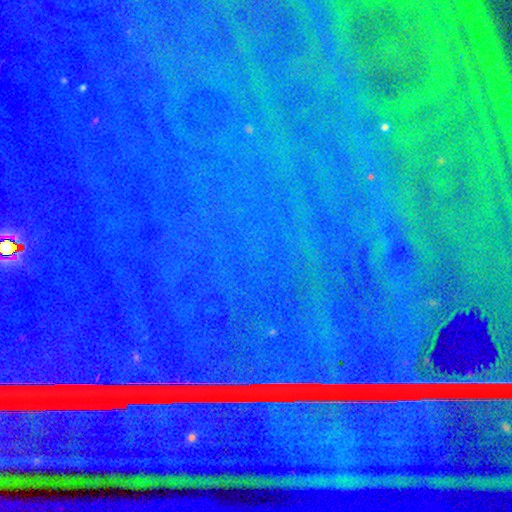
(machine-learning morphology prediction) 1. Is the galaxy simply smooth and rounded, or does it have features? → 87% star or artifact, 7% featured or disk, 6% smooth.